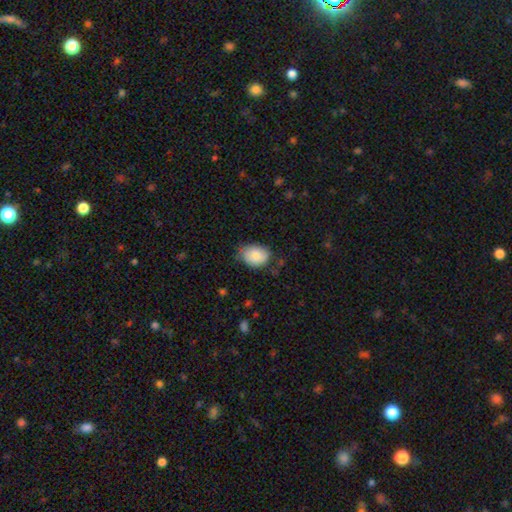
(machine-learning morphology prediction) Smooth or featured? smooth (83%)
How rounded? in between (64%)
Merging? none (67%)